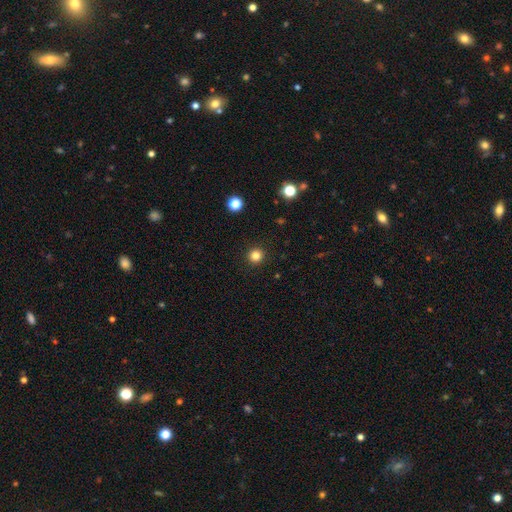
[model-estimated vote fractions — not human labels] The model was most divided on "smooth or featured": smooth: 83%, star or artifact: 13%, featured or disk: 4%. More confident: how rounded — round (95%); merging — none (93%).